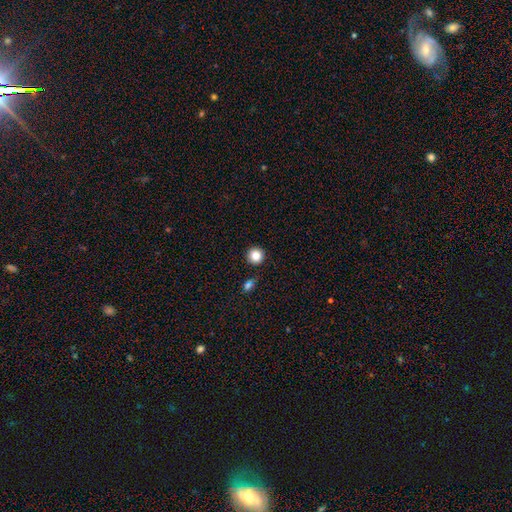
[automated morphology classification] This is clearly a smooth galaxy (85%). How rounded: clearly round (94%). Merging: clearly none (88%).